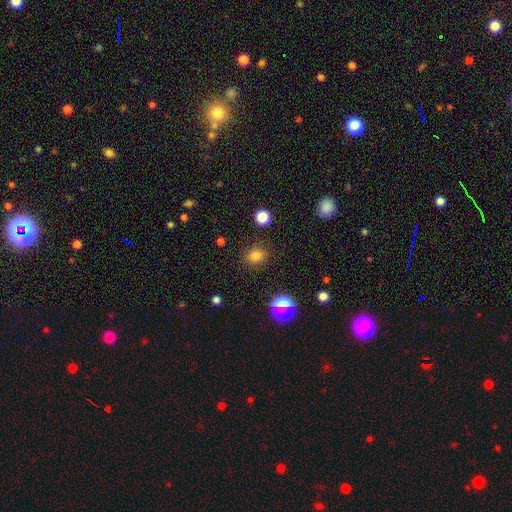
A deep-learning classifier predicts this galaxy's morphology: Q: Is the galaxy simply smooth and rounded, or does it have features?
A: smooth — 78%.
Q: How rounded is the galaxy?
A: round — 76%.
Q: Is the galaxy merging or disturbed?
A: none — 85%.